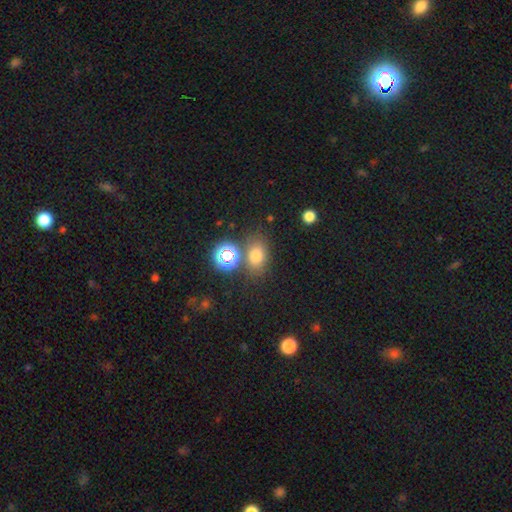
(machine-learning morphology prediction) Smooth or featured? Predicted: smooth (p=0.69). How rounded? Predicted: in between (p=0.62). Merging? Predicted: none (p=0.73).